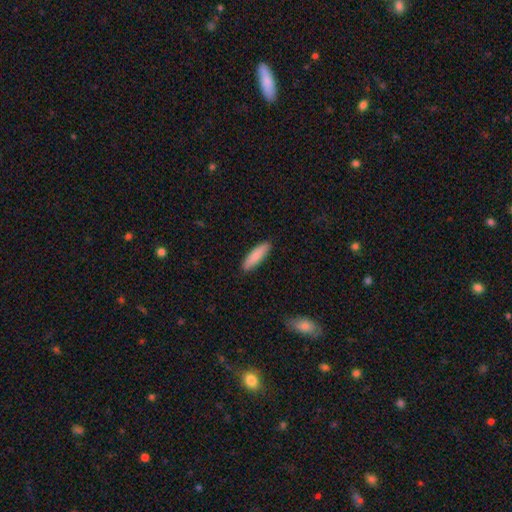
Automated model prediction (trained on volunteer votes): Smooth or featured: smooth — 85% (featured or disk — 9%)
How rounded: cigar-shaped — 58% (in between — 41%)
Merging: none — 90% (minor disturbance — 8%)